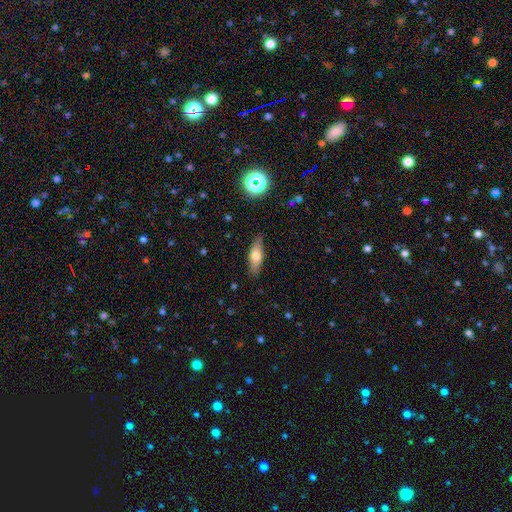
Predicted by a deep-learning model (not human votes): Smooth or featured? Predicted: smooth (p=0.61). How rounded? Predicted: in between (p=0.55). Merging? Predicted: none (p=0.85).